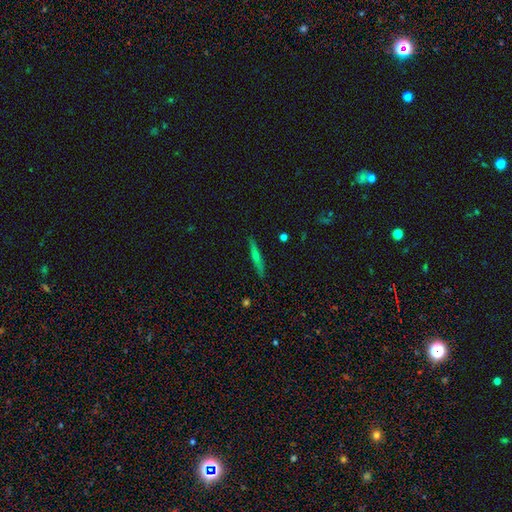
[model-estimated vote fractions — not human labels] A featured or disk galaxy (60%) viewed edge-on (96%) with a rounded central bulge (78%). Merging: none (90%).